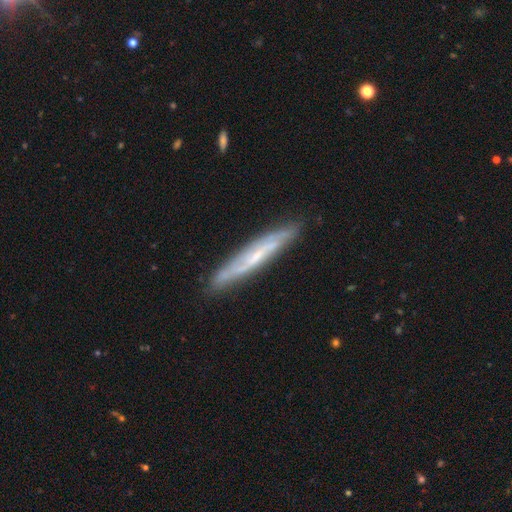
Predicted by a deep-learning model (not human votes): This is likely a featured or disk galaxy (68%). It is likely viewed edge-on (68%). Merging: clearly none (83%).